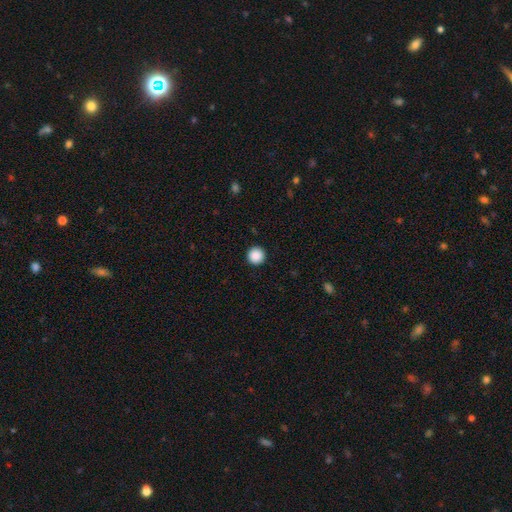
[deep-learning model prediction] A smooth galaxy with no disk features (89%) that is round (96%). Merging: none (93%).